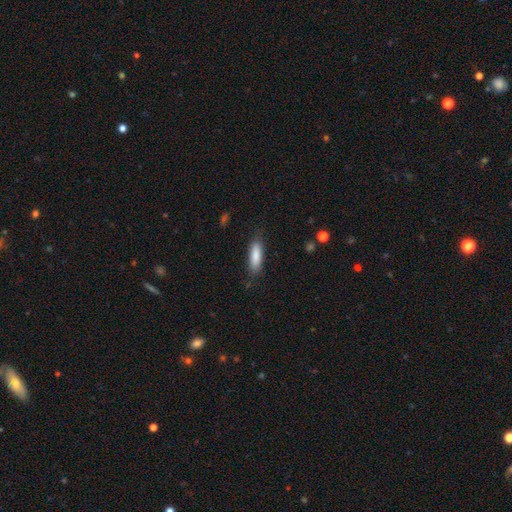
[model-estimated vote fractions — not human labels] This is clearly a smooth galaxy (84%). How rounded: possibly cigar-shaped (52%). Merging: clearly none (82%).